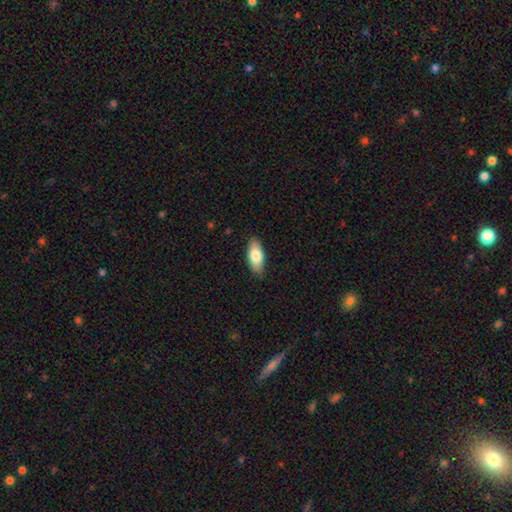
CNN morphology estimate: This appears to be a smooth galaxy with no disk features (80%) that is in between round and cigar-shaped (86%). Merging: none (86%).